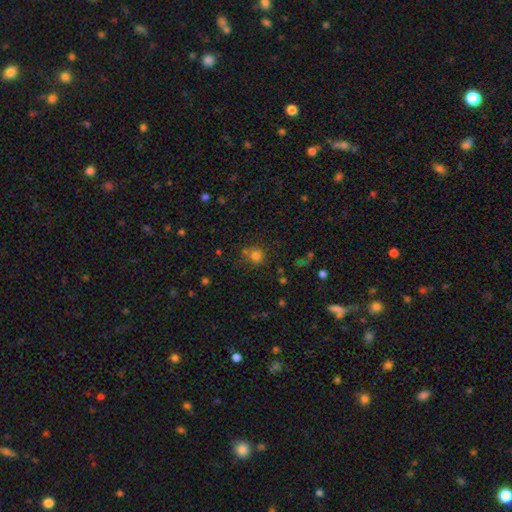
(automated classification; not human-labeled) Smooth or featured? smooth (75%)
How rounded? round (87%)
Merging? none (68%)